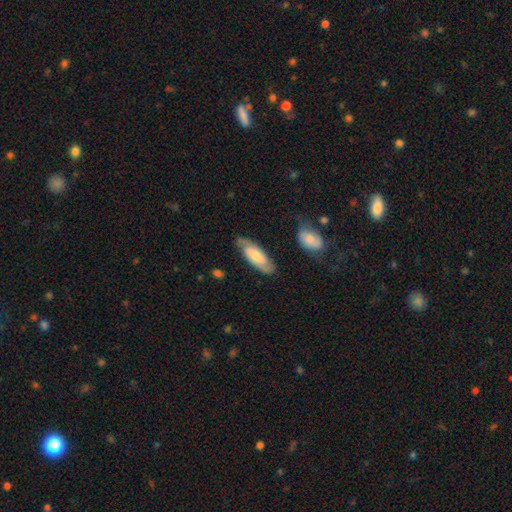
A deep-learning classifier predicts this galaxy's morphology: Overall: featured or disk (51%; smooth 43%). Edge-on disk: no (84%). Merging: none (78%).